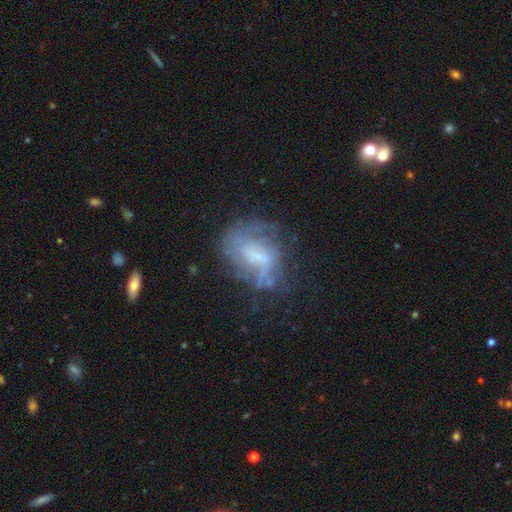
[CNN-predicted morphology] Smooth or featured: featured or disk — 64% (smooth — 24%)
Edge-on disk: no — 96% (yes — 4%)
Bar: no — 44% (weak — 40%)
Spiral arms: yes — 59% (no — 41%)
Bulge size: none — 37% (moderate — 27%)
Merging: none — 45% (major disturbance — 26%)